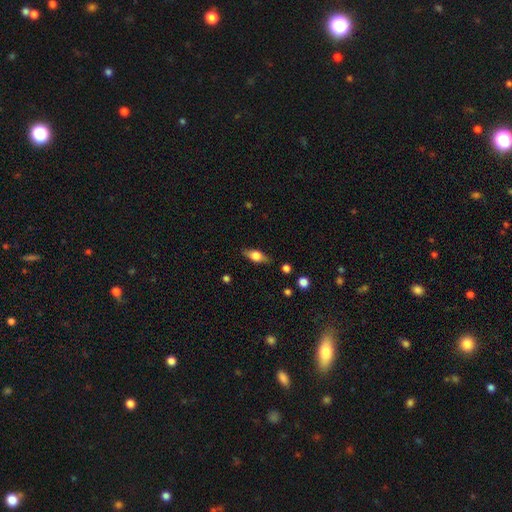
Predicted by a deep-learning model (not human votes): The model was most divided on "smooth or featured": smooth: 57%, featured or disk: 36%, star or artifact: 8%. More confident: merging — none (82%); how rounded — in between (73%).